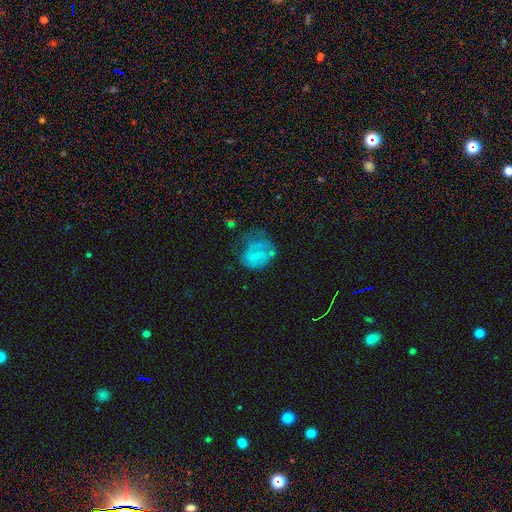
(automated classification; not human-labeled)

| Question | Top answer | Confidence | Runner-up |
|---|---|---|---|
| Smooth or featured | smooth | 46% | featured or disk (44%) |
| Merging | none | 34% | major disturbance (31%) |